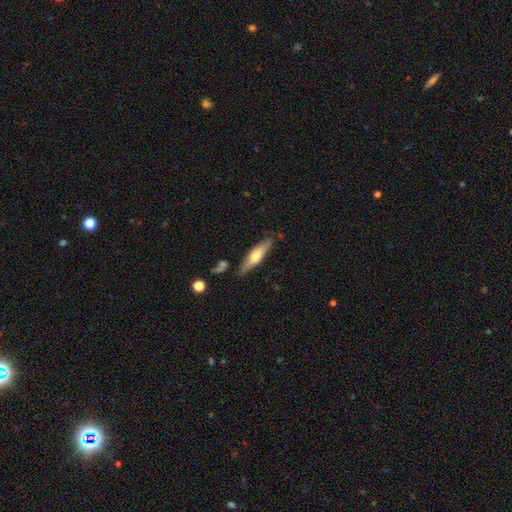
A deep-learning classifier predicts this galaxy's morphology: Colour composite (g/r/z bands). It shows a smooth galaxy with no disk features (54%) that is cigar-shaped (71%). Merging: none (80%).